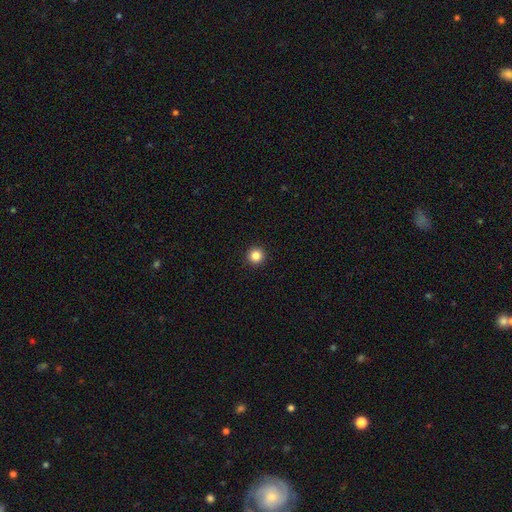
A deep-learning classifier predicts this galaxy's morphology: A smooth galaxy with no disk features (85%) that is round (96%). Merging: none (94%).